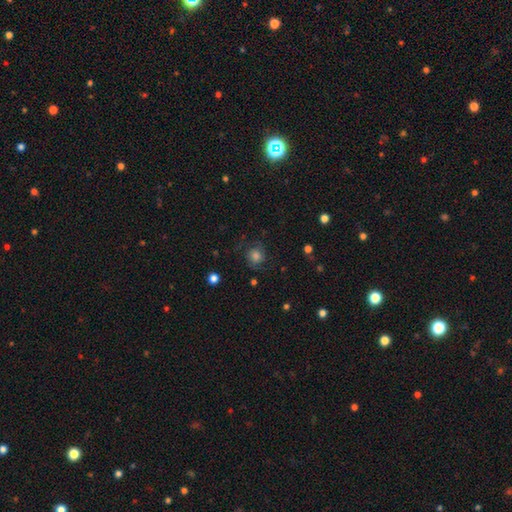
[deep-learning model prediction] A smooth galaxy with no disk features (53%) that is round (86%). Merging: none (71%).